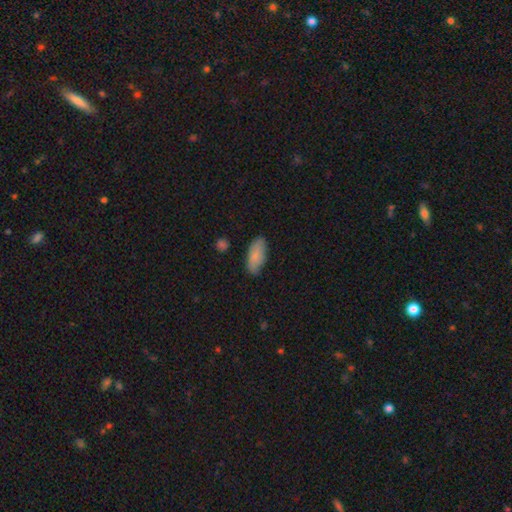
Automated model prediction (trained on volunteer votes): Smooth or featured?
  - smooth: 84% *
  - featured or disk: 10%
  - star or artifact: 6%
How rounded?
  - in between: 87% *
  - cigar-shaped: 11%
  - round: 2%
Merging?
  - none: 81% *
  - minor disturbance: 15%
  - major disturbance: 3%
  - merger: 1%